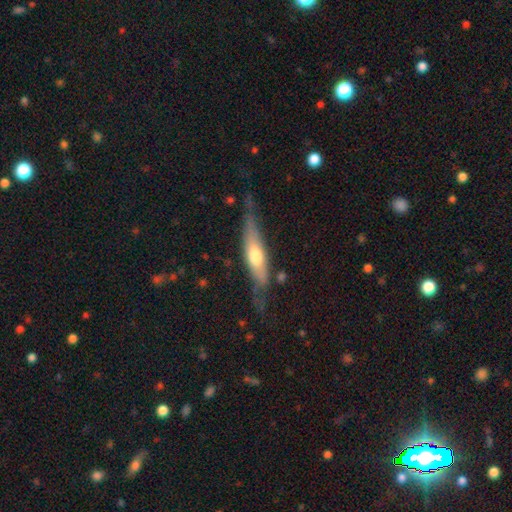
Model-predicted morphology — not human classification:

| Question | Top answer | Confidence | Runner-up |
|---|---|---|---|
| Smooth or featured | featured or disk | 52% | smooth (43%) |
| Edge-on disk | yes | 75% | no (25%) |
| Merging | none | 62% | minor disturbance (25%) |